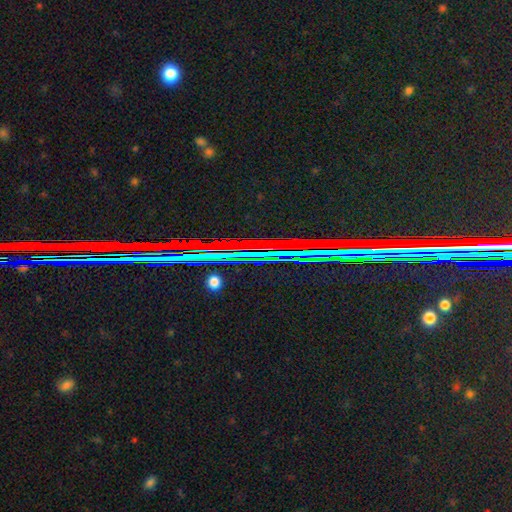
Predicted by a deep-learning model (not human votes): smooth_or_featured: star or artifact (p=0.85) [alt: featured or disk p=0.08]